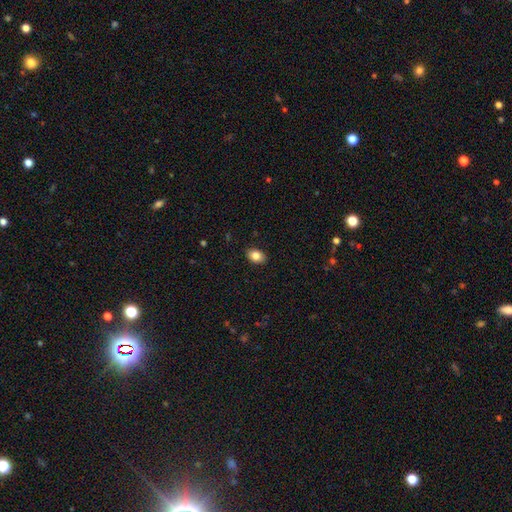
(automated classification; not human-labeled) Overall: smooth (84%). How rounded: in between (83%). Merging: none (89%).